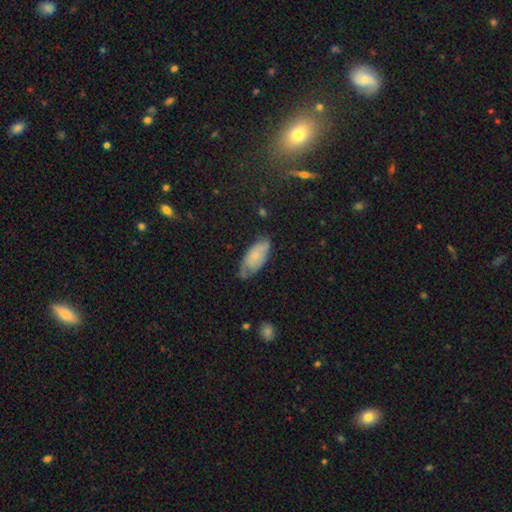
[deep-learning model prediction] Smooth or featured: smooth — 56% (featured or disk — 36%)
How rounded: in between — 87% (cigar-shaped — 11%)
Merging: none — 56% (minor disturbance — 34%)